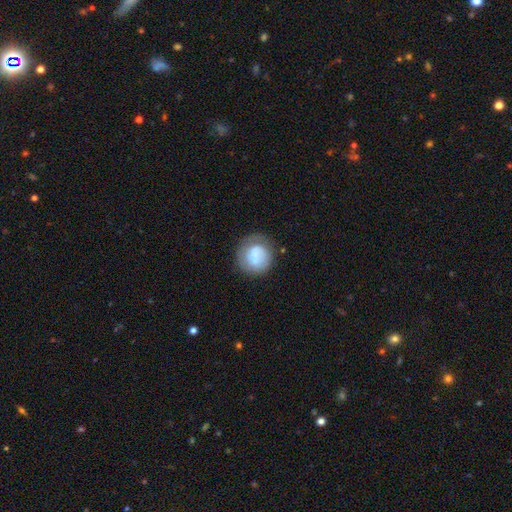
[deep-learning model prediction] A smooth galaxy with no disk features (61%) that is round (89%).

Vote fractions:
- Smooth or featured? smooth: 61% / featured or disk: 32% / star or artifact: 7%
- How rounded? round: 89% / in between: 10% / cigar-shaped: 1%
- Merging? none: 66% / minor disturbance: 20% / major disturbance: 11% / merger: 2%